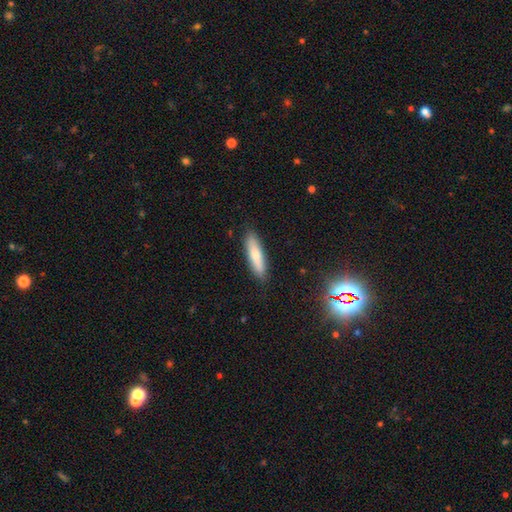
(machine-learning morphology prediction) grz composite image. It shows a smooth galaxy with no disk features (74%) that is cigar-shaped (75%). Merging: none (87%).